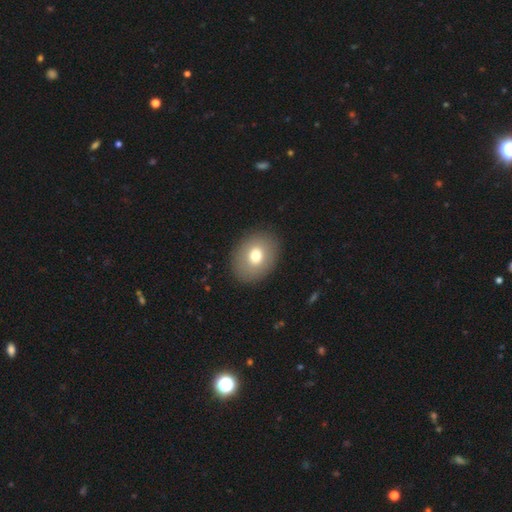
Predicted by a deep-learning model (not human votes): Smooth or featured: smooth — 73% (featured or disk — 18%)
How rounded: in between — 56% (round — 43%)
Merging: none — 89% (minor disturbance — 7%)